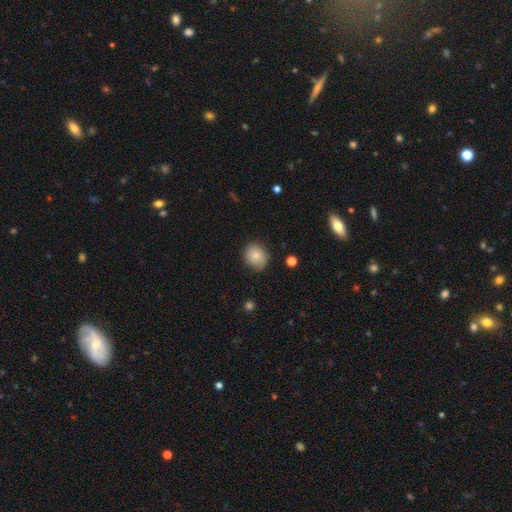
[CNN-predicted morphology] A smooth galaxy with no disk features (79%) that is round (75%).

Vote fractions:
- Smooth or featured? smooth: 79% / featured or disk: 12% / star or artifact: 9%
- How rounded? round: 75% / in between: 24% / cigar-shaped: 1%
- Merging? none: 74% / minor disturbance: 21% / major disturbance: 4% / merger: 1%